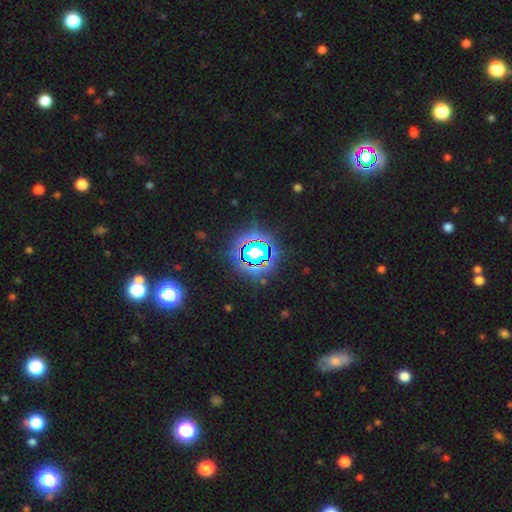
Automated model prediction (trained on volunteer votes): Q: Smooth or featured?
A: star or artifact (79%); runner-up: smooth (13%)